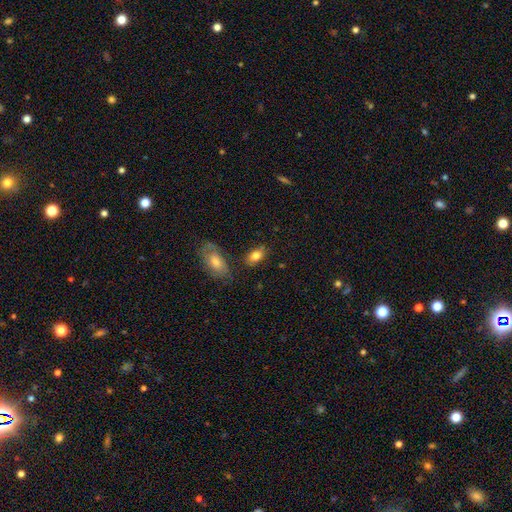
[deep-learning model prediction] smooth-or-featured: smooth: 80% | featured or disk: 12% | star or artifact: 8%
  how-rounded: in between: 89% | round: 8% | cigar-shaped: 3%
  merging: none: 75% | minor disturbance: 15% | merger: 7% | major disturbance: 4%